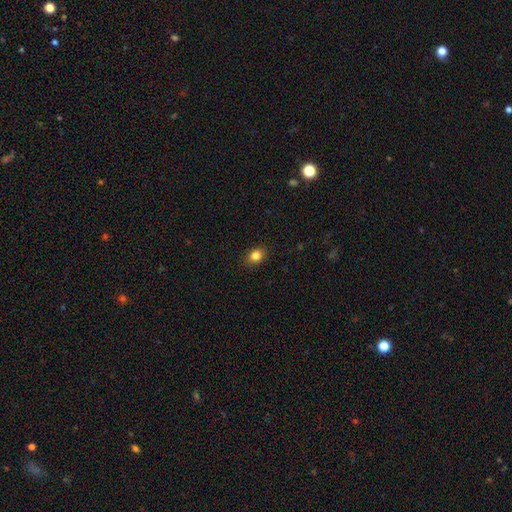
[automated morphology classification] Smooth or featured?
  - smooth: 83% *
  - star or artifact: 11%
  - featured or disk: 6%
How rounded?
  - in between: 53% *
  - round: 46%
  - cigar-shaped: 1%
Merging?
  - none: 89% *
  - minor disturbance: 8%
  - major disturbance: 2%
  - merger: 1%